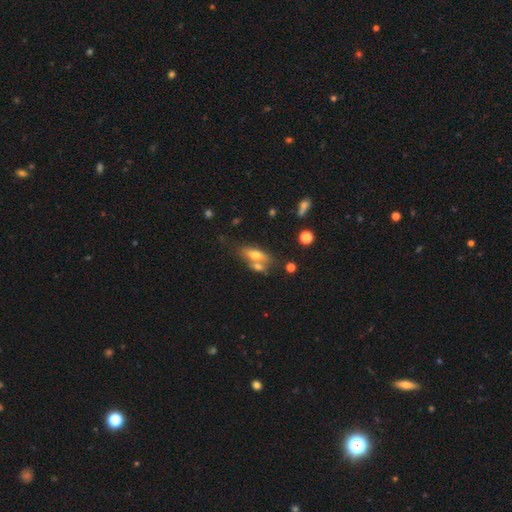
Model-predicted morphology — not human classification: Overall: smooth (61%; featured or disk 30%). How rounded: in between (69%). Merging: none (45%; merger 37%).